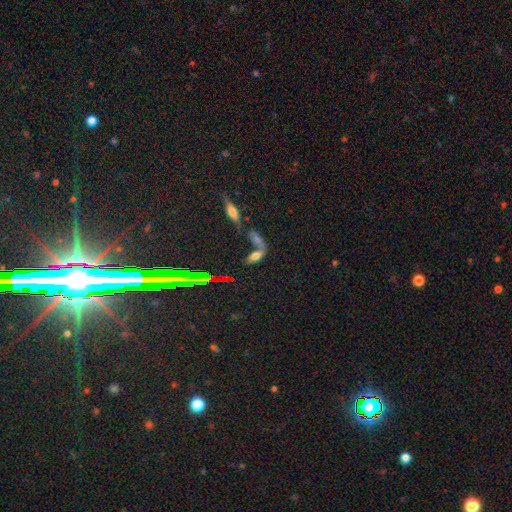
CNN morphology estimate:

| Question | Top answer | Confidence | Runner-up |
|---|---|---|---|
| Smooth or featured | smooth | 58% | featured or disk (21%) |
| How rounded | in between | 74% | cigar-shaped (20%) |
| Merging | merger | 50% | none (31%) |